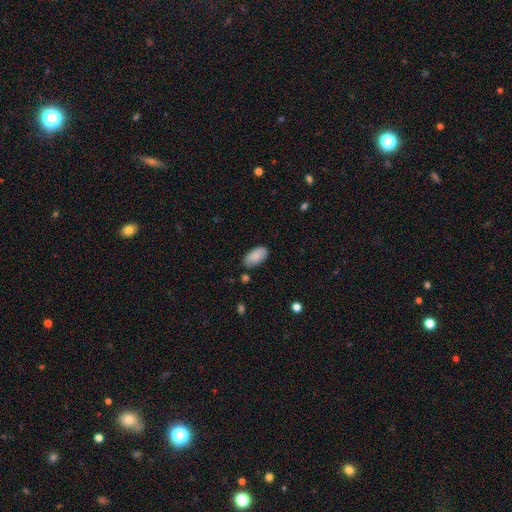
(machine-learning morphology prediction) This appears to be a smooth galaxy with no disk features (87%) that is in between round and cigar-shaped (95%). Merging: none (78%).